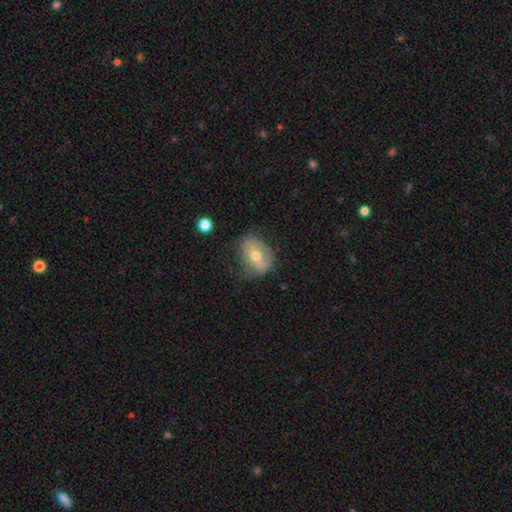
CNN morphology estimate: type=smooth (48%); merging=none (56%).